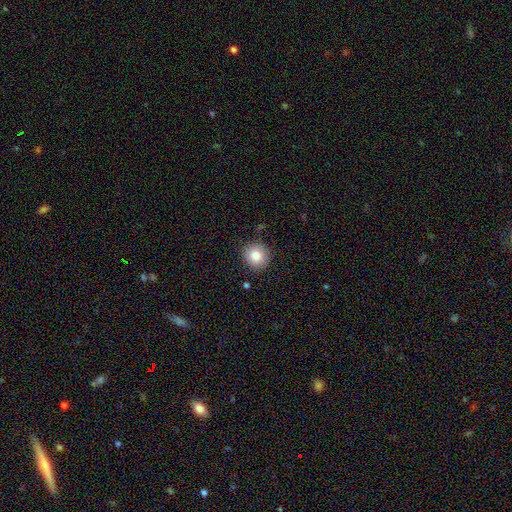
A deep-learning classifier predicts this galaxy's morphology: smooth_or_featured: smooth (p=0.84) [alt: star or artifact p=0.09]
how_rounded: round (p=0.89) [alt: in between p=0.10]
merging: none (p=0.87) [alt: minor disturbance p=0.10]